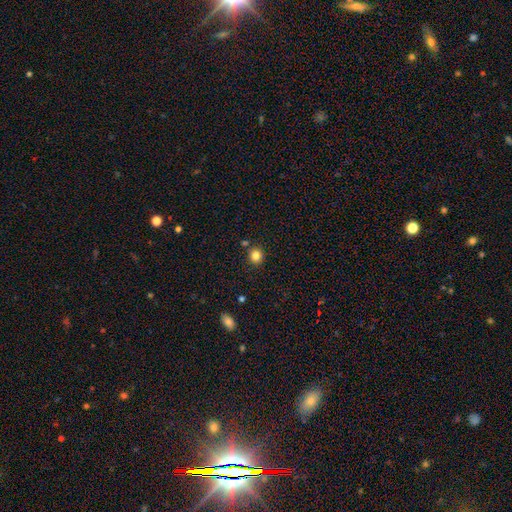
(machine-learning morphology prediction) Smooth or featured?
  - smooth: 83% *
  - star or artifact: 12%
  - featured or disk: 5%
How rounded?
  - round: 87% *
  - in between: 12%
  - cigar-shaped: 1%
Merging?
  - none: 85% *
  - minor disturbance: 7%
  - merger: 6%
  - major disturbance: 2%